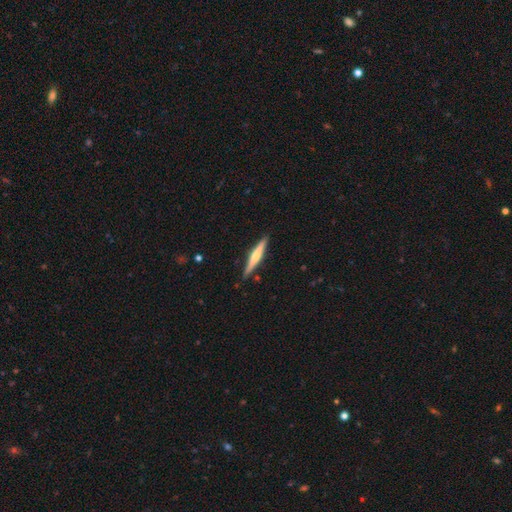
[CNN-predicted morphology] Q: Smooth or featured?
A: featured or disk (62%); runner-up: smooth (33%)
Q: Edge-on disk?
A: yes (98%); runner-up: no (2%)
Q: Edge-on bulge?
A: rounded (80%); runner-up: none (10%)
Q: Merging?
A: none (89%); runner-up: minor disturbance (8%)